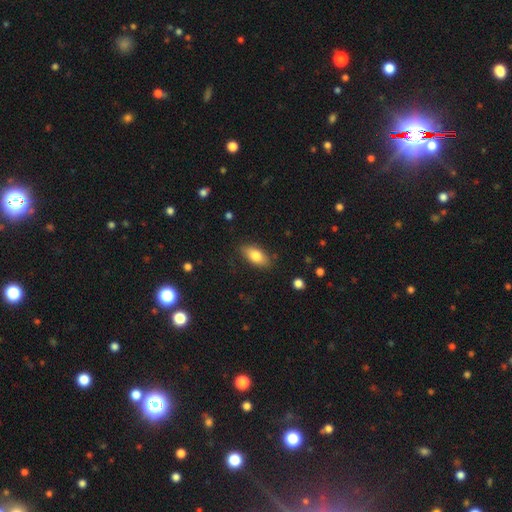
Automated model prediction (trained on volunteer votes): A smooth galaxy with no disk features (78%) that is in between round and cigar-shaped (87%).

Vote fractions:
- Smooth or featured? smooth: 78% / featured or disk: 15% / star or artifact: 7%
- How rounded? in between: 87% / cigar-shaped: 9% / round: 4%
- Merging? none: 82% / minor disturbance: 14% / major disturbance: 3% / merger: 1%